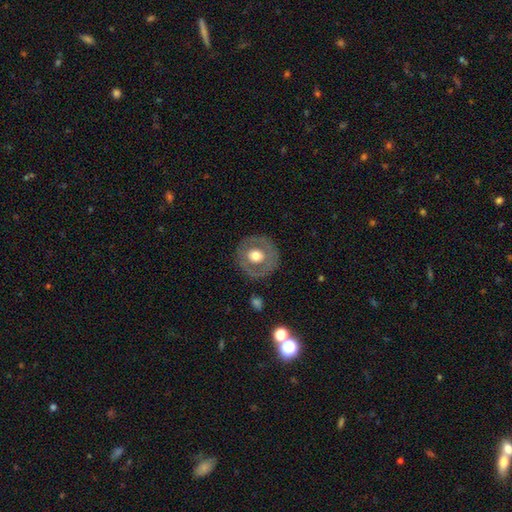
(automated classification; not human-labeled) featured or disk 47%, smooth 46%, star or artifact 6%. Down the decision tree: merging — none (84%).